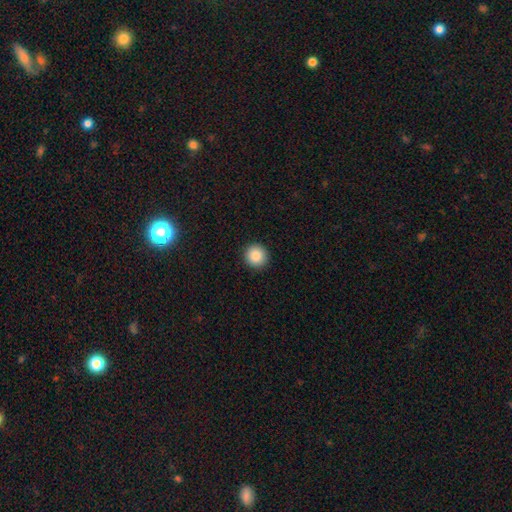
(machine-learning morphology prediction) A smooth galaxy with no disk features (87%) that is round (94%). Merging: none (93%).